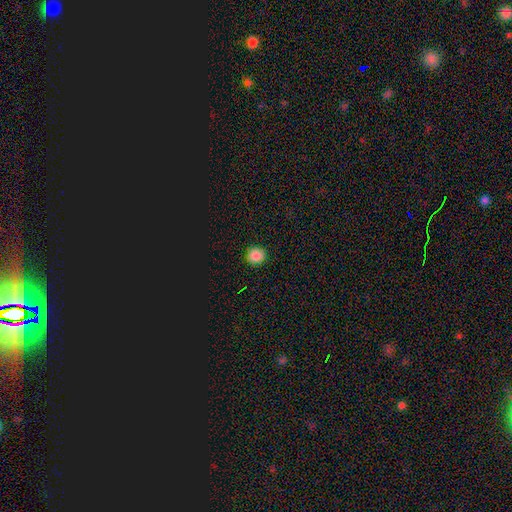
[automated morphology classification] Smooth or featured? smooth (86%)
How rounded? round (93%)
Merging? none (92%)